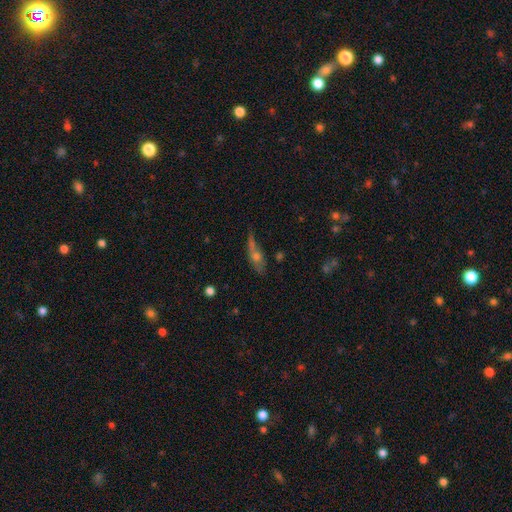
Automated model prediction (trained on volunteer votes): A featured or disk galaxy (48%). Merging: none (45%).